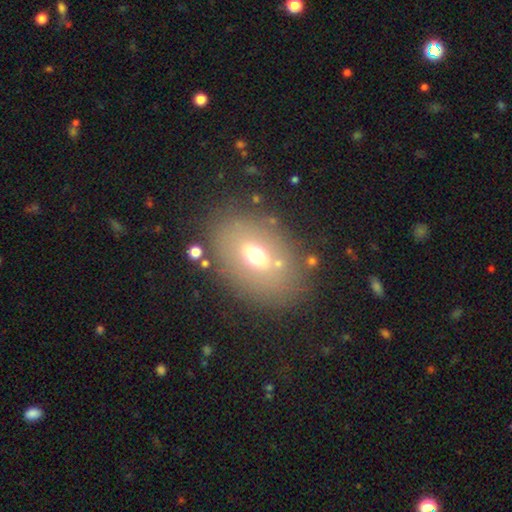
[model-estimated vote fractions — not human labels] A smooth galaxy with no disk features (57%) that is in between round and cigar-shaped (73%). Merging: none (77%).